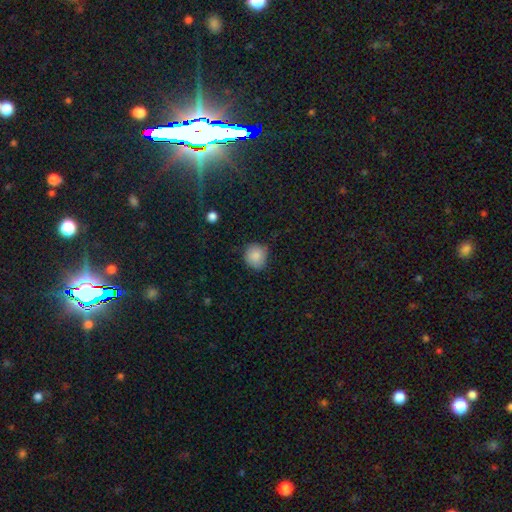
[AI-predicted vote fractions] Smooth or featured? smooth (86%)
How rounded? round (85%)
Merging? none (78%)